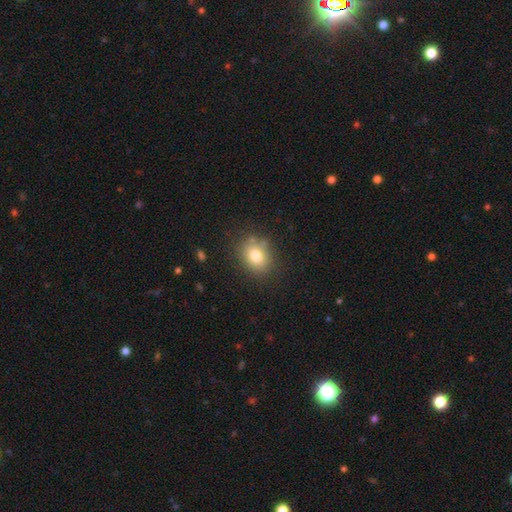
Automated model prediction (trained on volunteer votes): Smooth or featured: smooth — 78% (star or artifact — 11%)
How rounded: round — 56% (in between — 43%)
Merging: none — 81% (minor disturbance — 12%)